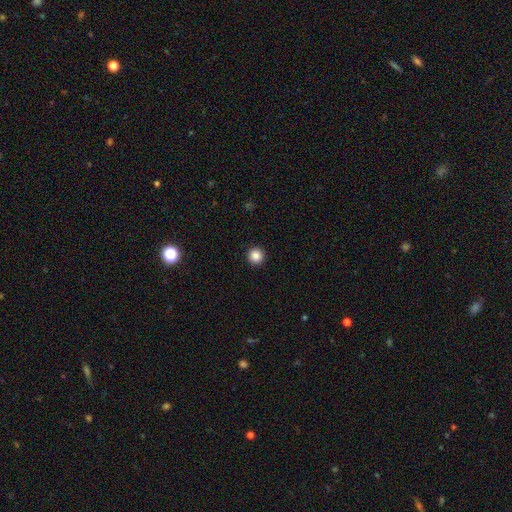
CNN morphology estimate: Smooth or featured: smooth — 86% (star or artifact — 11%)
How rounded: round — 96% (in between — 3%)
Merging: none — 94% (minor disturbance — 4%)